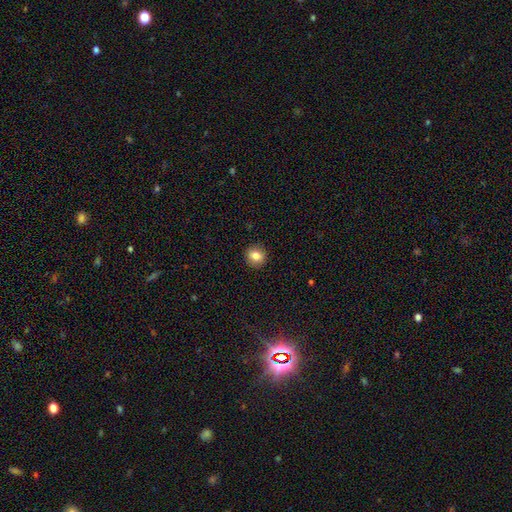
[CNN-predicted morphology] A smooth galaxy with no disk features (82%) that is round (88%).

Vote fractions:
- Smooth or featured? smooth: 82% / star or artifact: 10% / featured or disk: 9%
- How rounded? round: 88% / in between: 11% / cigar-shaped: 1%
- Merging? none: 92% / minor disturbance: 6% / major disturbance: 2% / merger: 1%